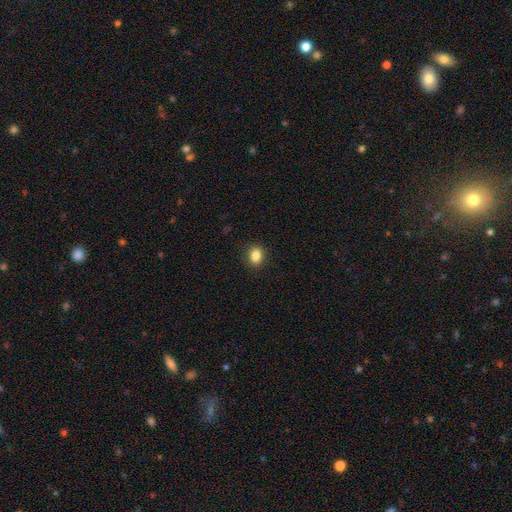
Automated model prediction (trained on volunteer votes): A smooth galaxy with no disk features (85%) that is round (50%). Merging: none (90%).